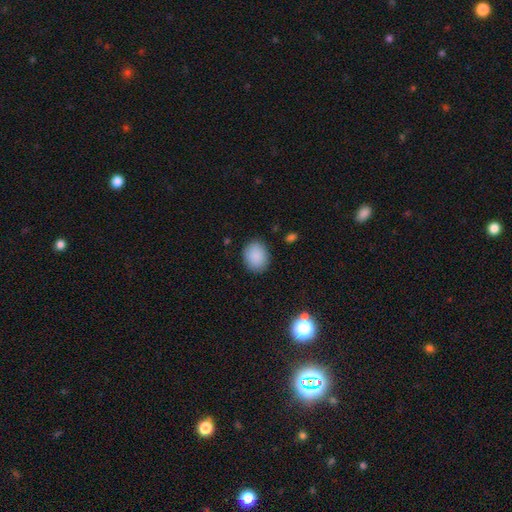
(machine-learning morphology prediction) Smooth or featured? Predicted: smooth (p=0.89). How rounded? Predicted: round (p=0.54). Merging? Predicted: none (p=0.87).